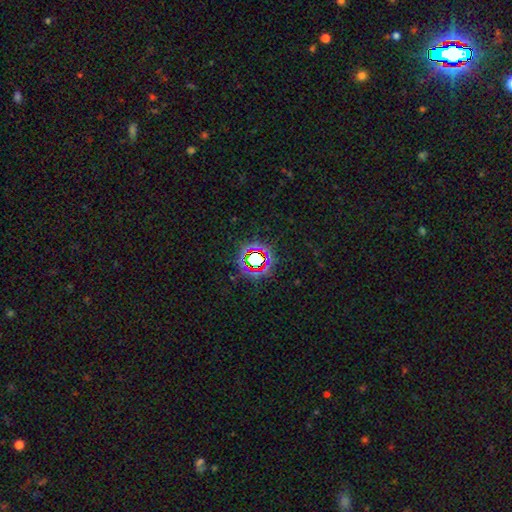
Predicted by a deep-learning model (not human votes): Q: Smooth or featured?
A: star or artifact (72%); runner-up: smooth (18%)